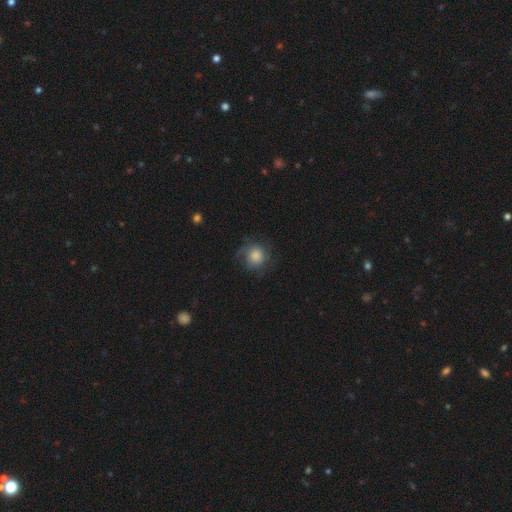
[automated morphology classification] Smooth or featured? Predicted: smooth (p=0.59). How rounded? Predicted: round (p=0.87). Merging? Predicted: none (p=0.66).